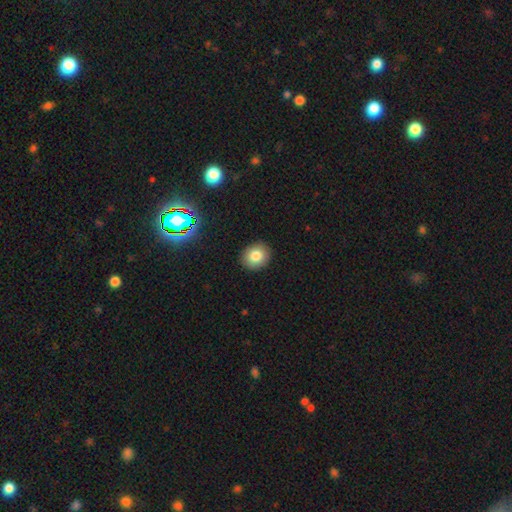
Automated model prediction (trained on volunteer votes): smooth-or-featured: smooth: 81% | star or artifact: 11% | featured or disk: 8%
  how-rounded: round: 73% | in between: 26% | cigar-shaped: 1%
  merging: none: 91% | minor disturbance: 7% | major disturbance: 2% | merger: 1%